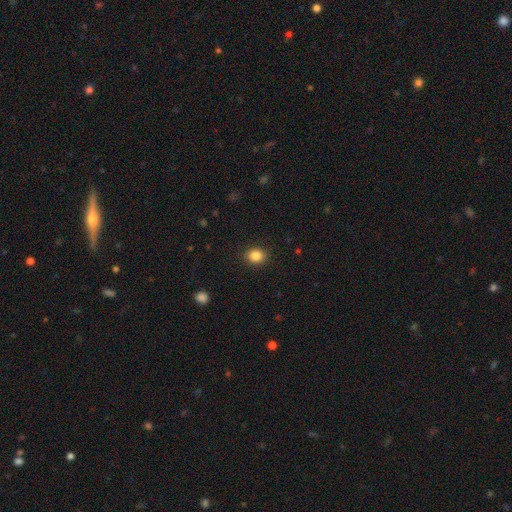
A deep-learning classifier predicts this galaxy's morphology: smooth_or_featured: smooth (p=0.86) [alt: star or artifact p=0.10]
how_rounded: round (p=0.64) [alt: in between p=0.36]
merging: none (p=0.90) [alt: minor disturbance p=0.07]